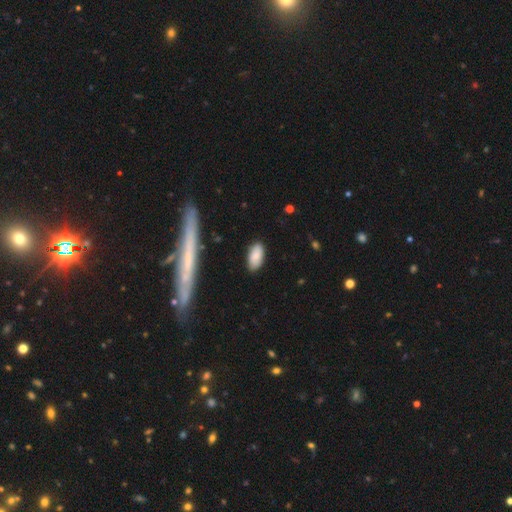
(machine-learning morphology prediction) A smooth galaxy with no disk features (83%) that is in between round and cigar-shaped (93%). Merging: none (85%).